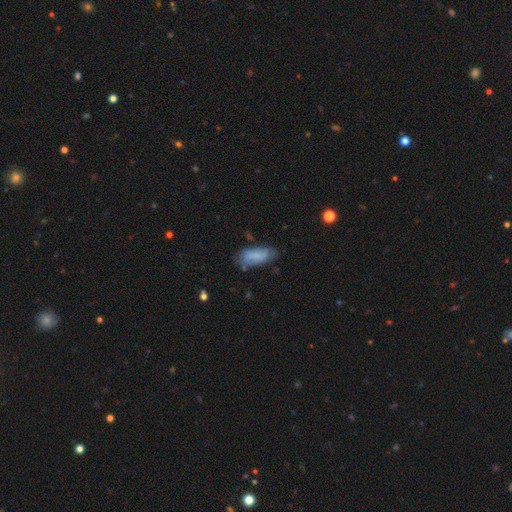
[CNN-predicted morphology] A smooth galaxy with no disk features (76%) that is in between round and cigar-shaped (80%).

Vote fractions:
- Smooth or featured? smooth: 76% / featured or disk: 16% / star or artifact: 8%
- How rounded? in between: 80% / cigar-shaped: 18% / round: 2%
- Merging? none: 61% / minor disturbance: 27% / major disturbance: 8% / merger: 3%